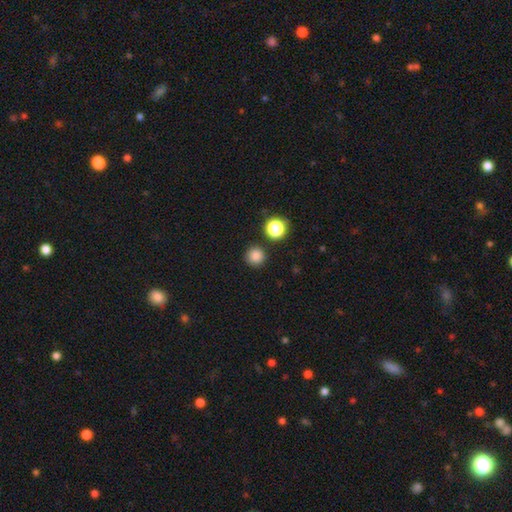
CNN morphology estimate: The model was most divided on "smooth or featured": smooth: 83%, star or artifact: 13%, featured or disk: 4%. More confident: how rounded — round (95%); merging — none (88%).